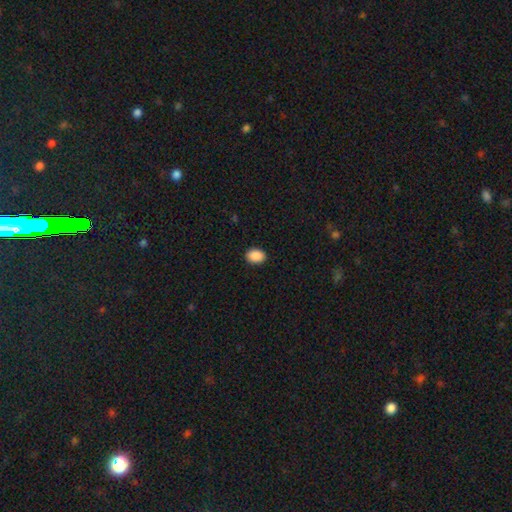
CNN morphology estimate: Smooth or featured? Predicted: smooth (p=0.90). How rounded? Predicted: in between (p=0.77). Merging? Predicted: none (p=0.90).